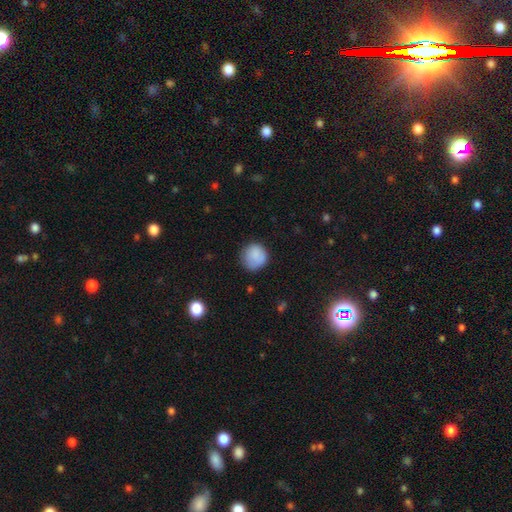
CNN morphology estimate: Smooth or featured? smooth (85%)
How rounded? round (89%)
Merging? none (73%)